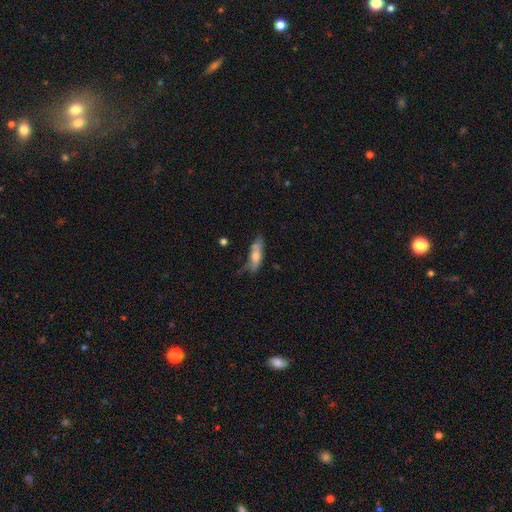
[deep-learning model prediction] Smooth or featured?
  - smooth: 56% *
  - featured or disk: 37%
  - star or artifact: 8%
How rounded?
  - cigar-shaped: 61% *
  - in between: 37%
  - round: 2%
Merging?
  - none: 61% *
  - minor disturbance: 27%
  - major disturbance: 8%
  - merger: 3%